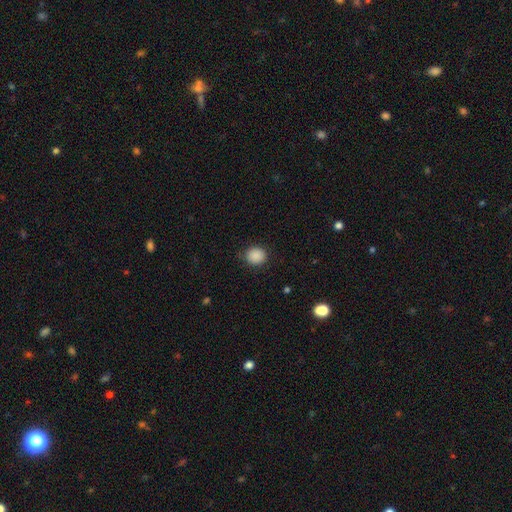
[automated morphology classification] smooth 89%, star or artifact 9%, featured or disk 3%. Down the decision tree: how rounded — round (77%); merging — none (86%).